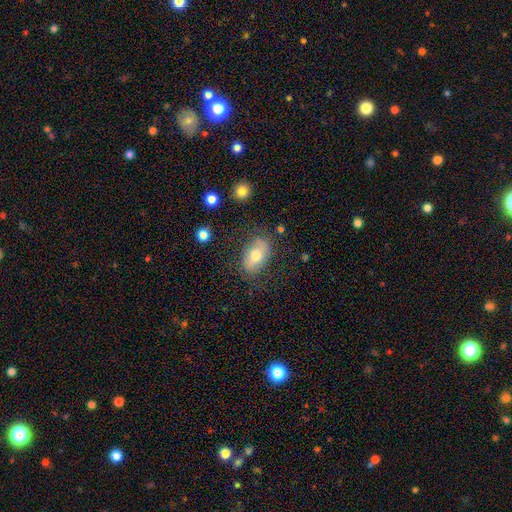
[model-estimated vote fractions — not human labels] The model was most divided on "smooth or featured": smooth: 62%, featured or disk: 30%, star or artifact: 7%. More confident: how rounded — in between (89%); merging — none (74%).